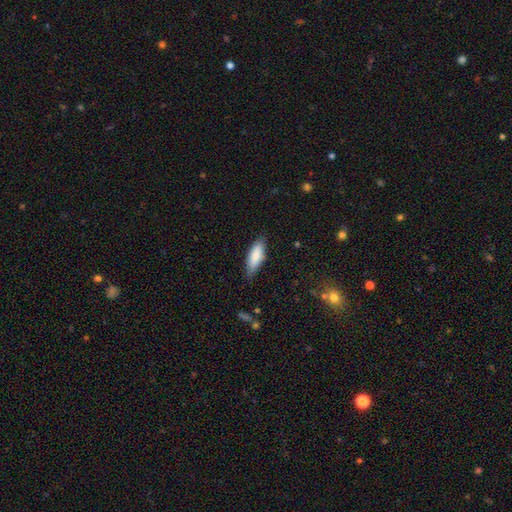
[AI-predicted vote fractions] smooth 84%, featured or disk 10%, star or artifact 6%. Down the decision tree: how rounded — in between (61%); merging — none (77%).